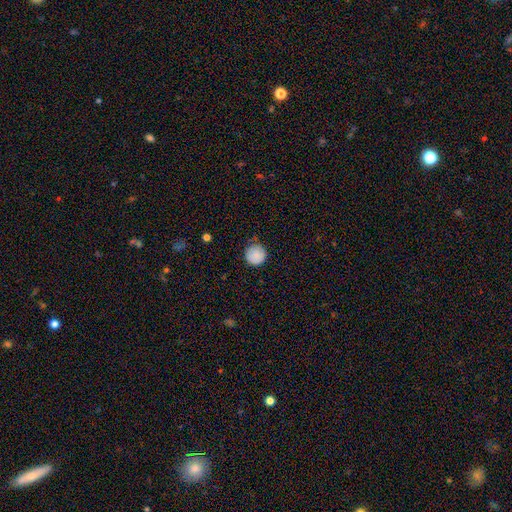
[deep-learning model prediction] smooth-or-featured: smooth: 87% | star or artifact: 9% | featured or disk: 4%
  how-rounded: round: 95% | in between: 4% | cigar-shaped: 1%
  merging: none: 78% | minor disturbance: 18% | major disturbance: 3% | merger: 1%